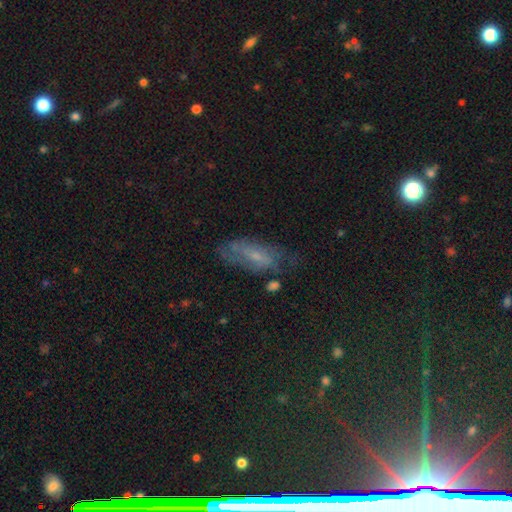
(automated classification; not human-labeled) Smooth or featured? Predicted: featured or disk (p=0.50). Merging? Predicted: none (p=0.56).